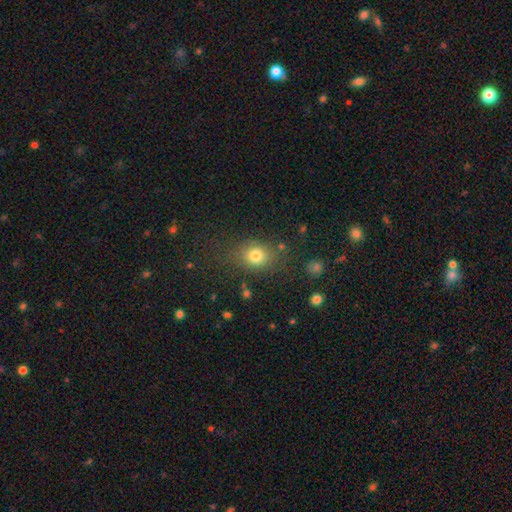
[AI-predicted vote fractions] Smooth or featured: smooth — 77% (star or artifact — 14%)
How rounded: round — 54% (in between — 44%)
Merging: none — 73% (minor disturbance — 15%)